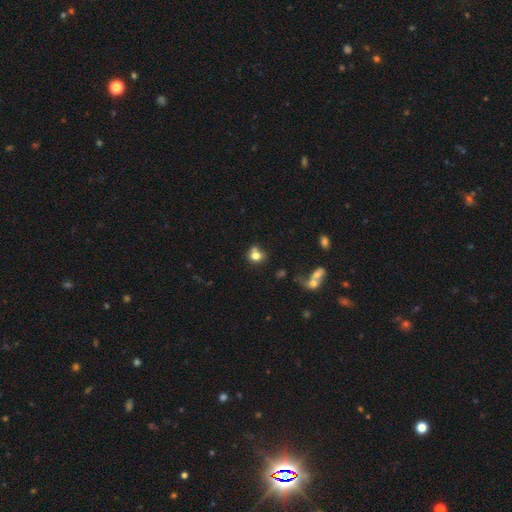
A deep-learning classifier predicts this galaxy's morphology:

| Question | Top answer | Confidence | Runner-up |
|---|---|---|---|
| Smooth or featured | smooth | 76% | star or artifact (12%) |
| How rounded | round | 71% | in between (28%) |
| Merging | none | 46% | merger (31%) |